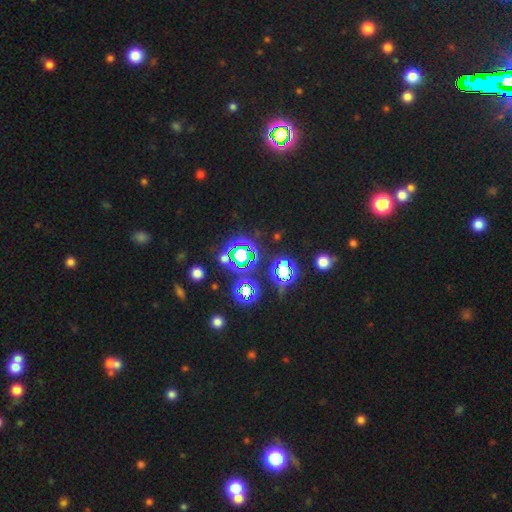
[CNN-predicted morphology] Overall: star or artifact (76%).